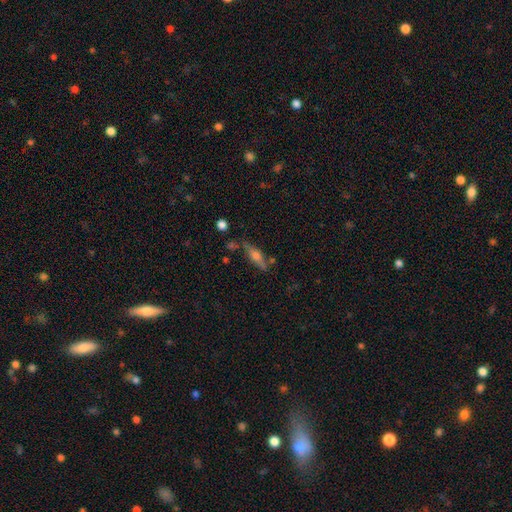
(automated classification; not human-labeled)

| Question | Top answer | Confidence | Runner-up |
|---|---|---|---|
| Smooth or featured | featured or disk | 51% | smooth (39%) |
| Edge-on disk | yes | 85% | no (15%) |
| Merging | none | 70% | minor disturbance (17%) |